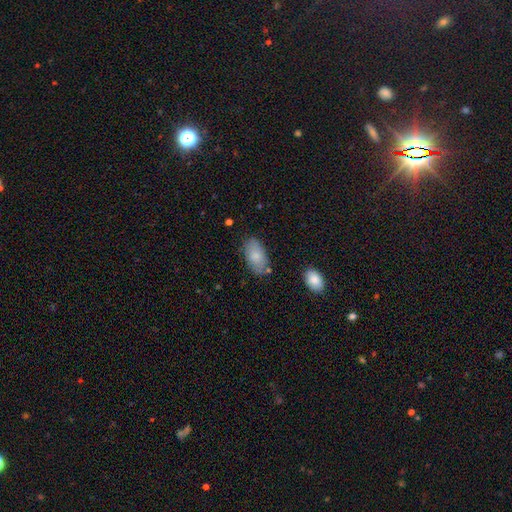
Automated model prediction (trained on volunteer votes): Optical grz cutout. It shows a smooth galaxy with no disk features (80%) that is in between round and cigar-shaped (94%). Merging: none (72%).